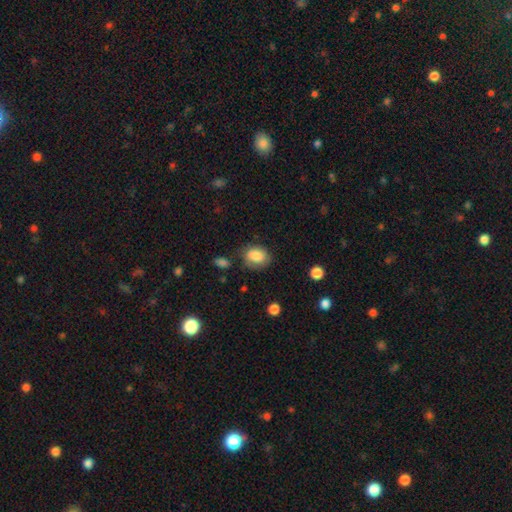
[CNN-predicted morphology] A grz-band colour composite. It shows a smooth galaxy with no disk features (83%) that is in between round and cigar-shaped (65%). Merging: none (65%).